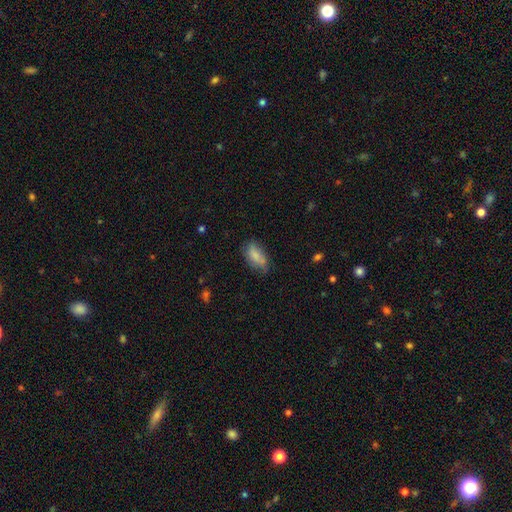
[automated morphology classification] smooth-or-featured: smooth: 79% | featured or disk: 13% | star or artifact: 7%
  how-rounded: in between: 90% | cigar-shaped: 6% | round: 4%
  merging: none: 57% | minor disturbance: 31% | major disturbance: 8% | merger: 3%